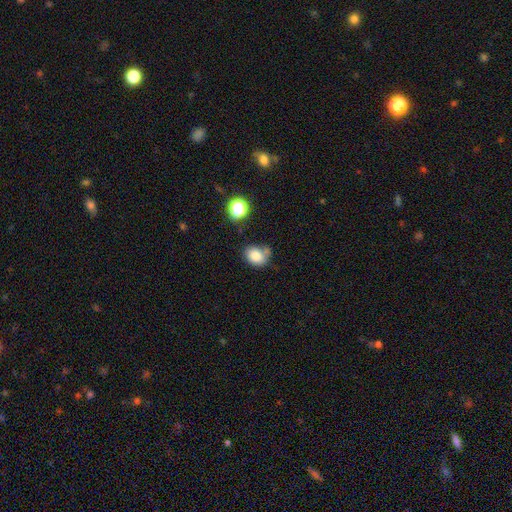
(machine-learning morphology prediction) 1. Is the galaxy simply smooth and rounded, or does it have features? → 81% smooth, 11% star or artifact, 8% featured or disk.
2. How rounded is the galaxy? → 54% in between, 45% round, 1% cigar-shaped.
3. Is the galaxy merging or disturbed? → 56% none, 22% minor disturbance, 15% merger, 7% major disturbance.